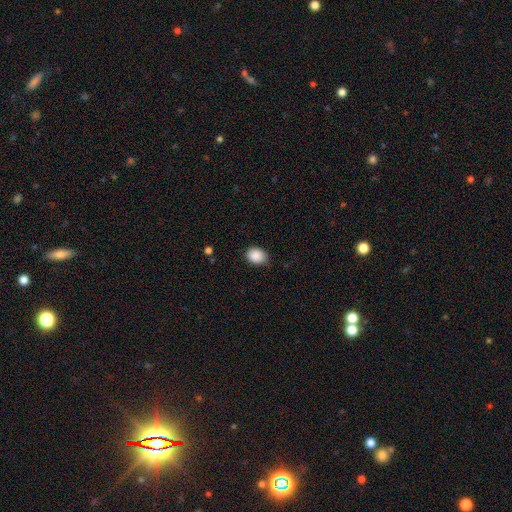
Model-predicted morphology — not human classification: The model was most divided on "how rounded": in between: 57%, round: 42%, cigar-shaped: 1%. More confident: smooth or featured — smooth (89%); merging — none (76%).